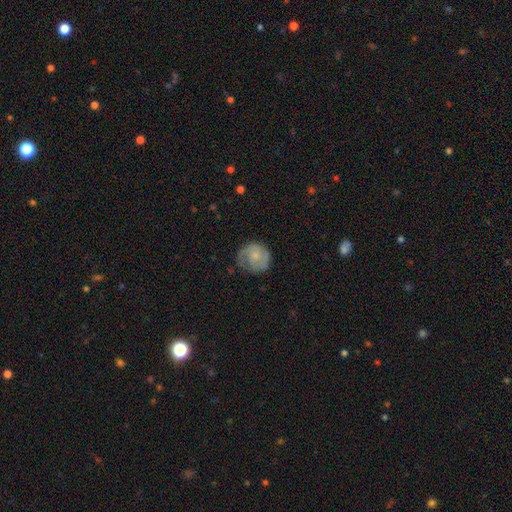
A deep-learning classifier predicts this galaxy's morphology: type=smooth (49%); merging=none (60%).